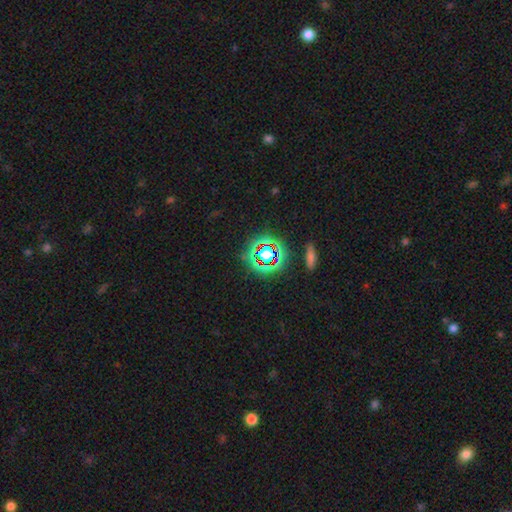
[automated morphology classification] Smooth or featured? Predicted: star or artifact (p=0.73).